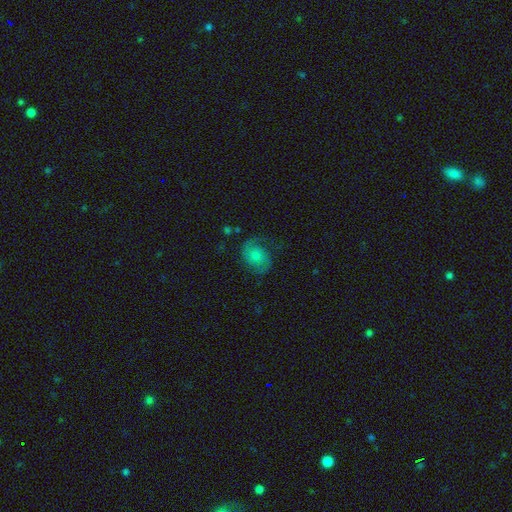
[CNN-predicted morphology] Q: Smooth or featured?
A: featured or disk (50%); runner-up: smooth (40%)
Q: Merging?
A: none (60%); runner-up: minor disturbance (22%)